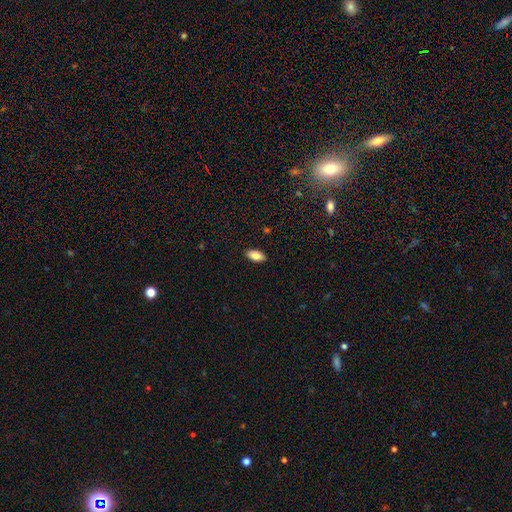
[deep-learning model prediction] This is clearly a smooth galaxy (84%). How rounded: clearly in between (91%). Merging: clearly none (90%).